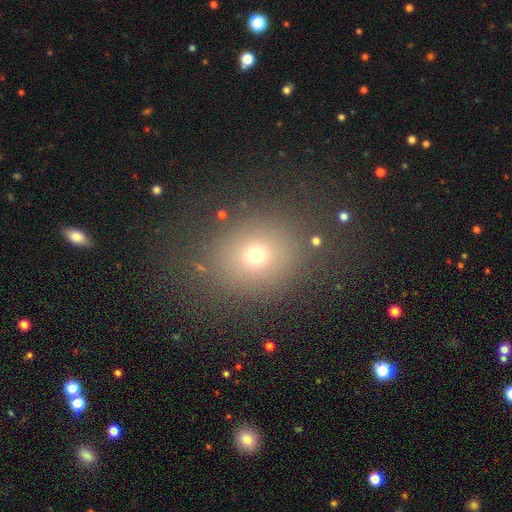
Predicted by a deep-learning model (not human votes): Smooth or featured? Predicted: smooth (p=0.68). How rounded? Predicted: round (p=0.71). Merging? Predicted: none (p=0.81).